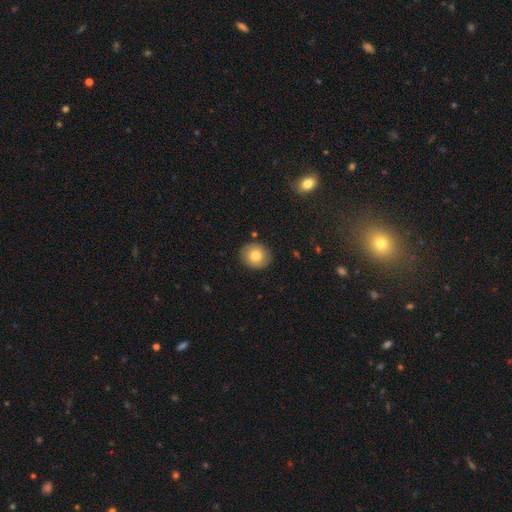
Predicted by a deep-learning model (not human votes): Smooth or featured? Predicted: smooth (p=0.78). How rounded? Predicted: round (p=0.81). Merging? Predicted: none (p=0.89).